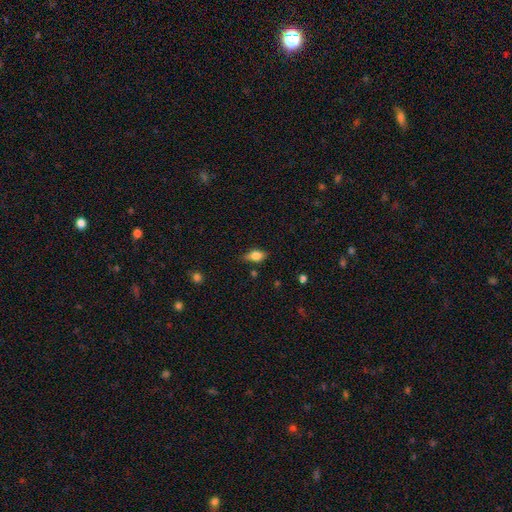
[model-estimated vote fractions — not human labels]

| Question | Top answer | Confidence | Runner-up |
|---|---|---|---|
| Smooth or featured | smooth | 73% | featured or disk (18%) |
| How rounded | in between | 83% | cigar-shaped (9%) |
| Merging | none | 70% | minor disturbance (23%) |